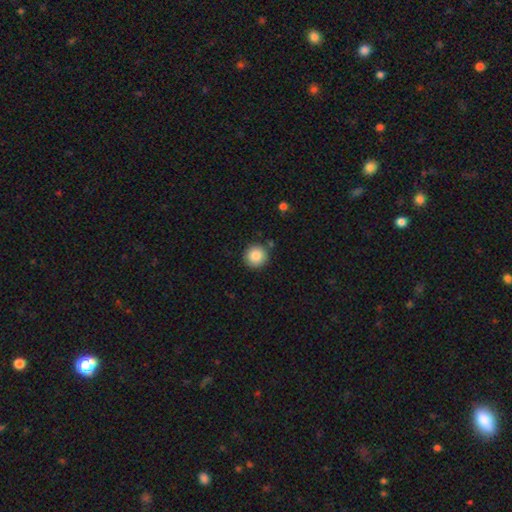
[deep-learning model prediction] Morphology: type=smooth (87%); roundness=round (95%); merging=none (88%).